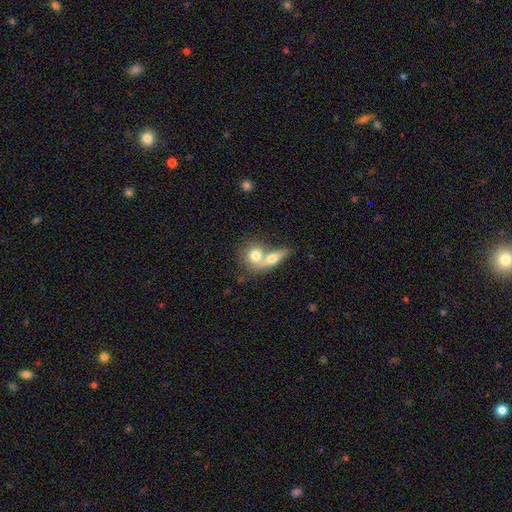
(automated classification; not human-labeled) Smooth or featured? Predicted: smooth (p=0.69). How rounded? Predicted: round (p=0.58). Merging? Predicted: merger (p=0.62).